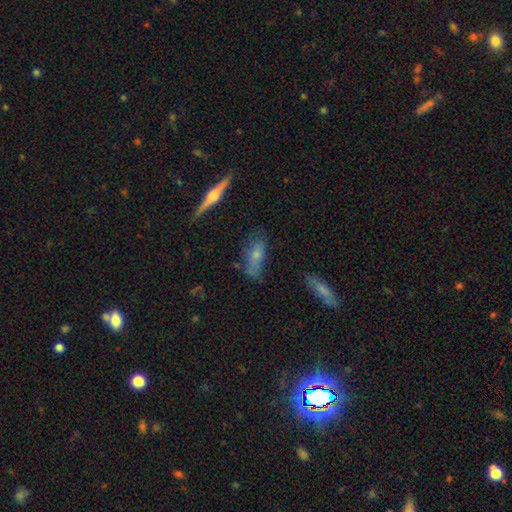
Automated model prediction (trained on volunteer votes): Overall: smooth (56%; featured or disk 34%). How rounded: in between (68%; cigar-shaped 29%). Merging: none (60%; minor disturbance 28%).